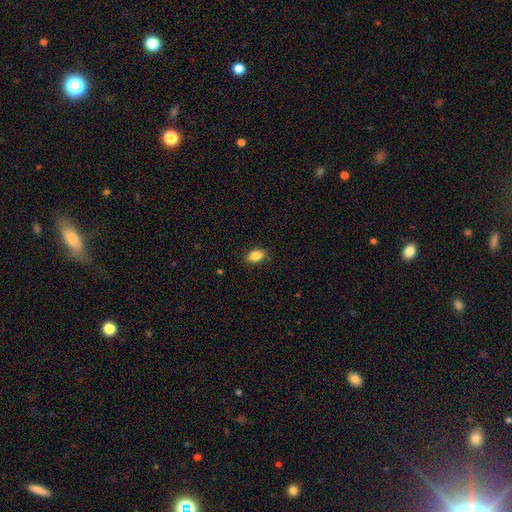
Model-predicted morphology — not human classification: Q: Smooth or featured?
A: smooth (86%); runner-up: star or artifact (8%)
Q: How rounded?
A: in between (88%); runner-up: round (9%)
Q: Merging?
A: none (85%); runner-up: minor disturbance (12%)